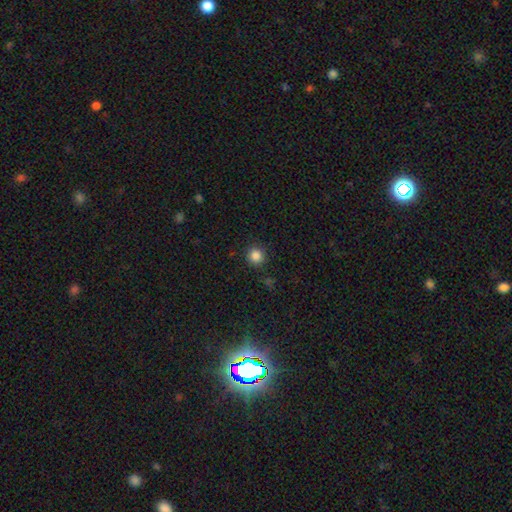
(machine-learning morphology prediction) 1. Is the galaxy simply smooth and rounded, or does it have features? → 85% smooth, 12% star or artifact, 4% featured or disk.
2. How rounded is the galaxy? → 92% round, 7% in between, 1% cigar-shaped.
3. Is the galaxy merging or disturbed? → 89% none, 7% minor disturbance, 2% major disturbance, 2% merger.